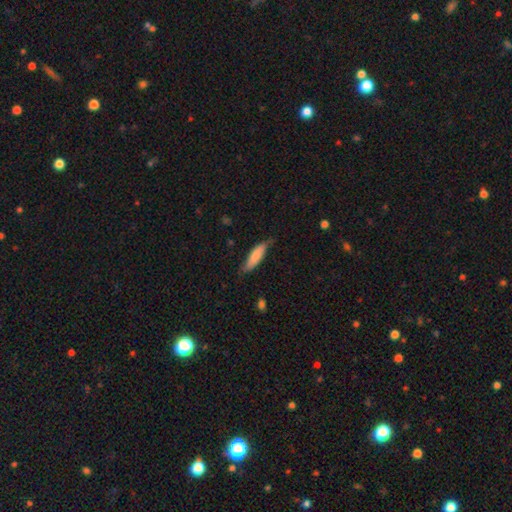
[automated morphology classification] Smooth or featured? smooth (75%)
How rounded? cigar-shaped (60%)
Merging? none (65%)